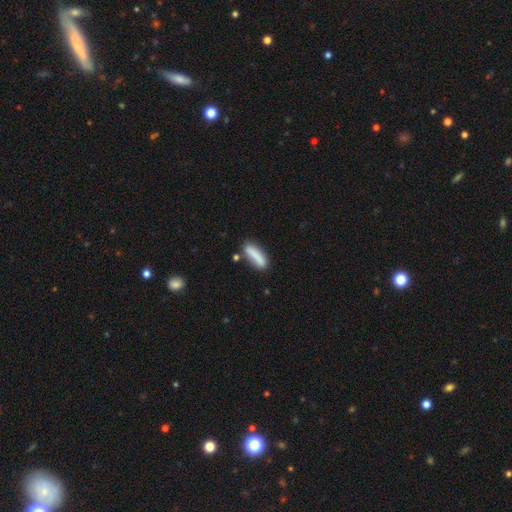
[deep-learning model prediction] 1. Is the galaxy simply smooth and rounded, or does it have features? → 81% smooth, 12% featured or disk, 7% star or artifact.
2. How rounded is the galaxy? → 65% cigar-shaped, 33% in between, 2% round.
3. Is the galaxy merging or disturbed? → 69% none, 18% minor disturbance, 9% merger, 5% major disturbance.